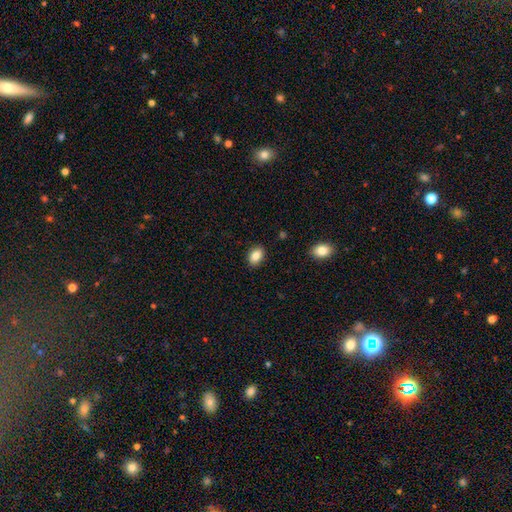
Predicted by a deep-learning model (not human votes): Morphology: type=smooth (85%); roundness=in between (82%); merging=none (89%).